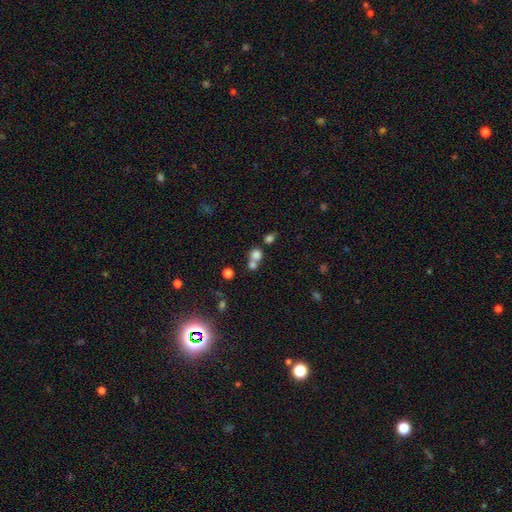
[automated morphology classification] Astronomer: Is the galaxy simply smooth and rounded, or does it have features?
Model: smooth — 75%.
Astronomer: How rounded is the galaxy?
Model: round — 77%.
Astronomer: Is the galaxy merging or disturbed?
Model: merger — 49% (runner-up: none, 40%).